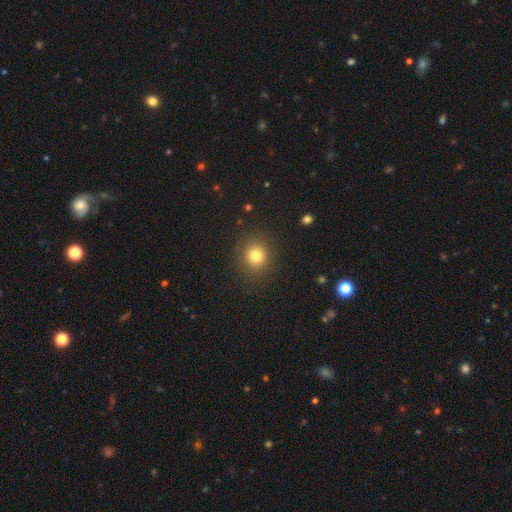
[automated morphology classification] Smooth or featured? smooth (80%)
How rounded? round (87%)
Merging? none (89%)